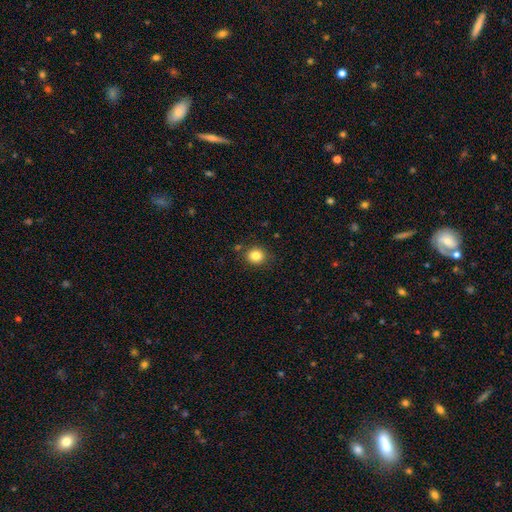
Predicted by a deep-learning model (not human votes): A smooth galaxy with no disk features (84%) that is round (83%). Merging: none (85%).